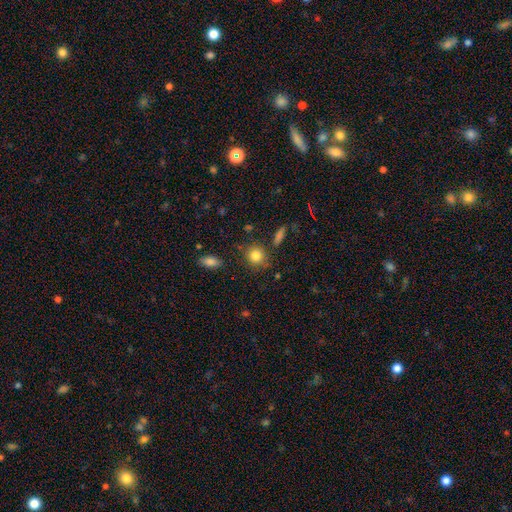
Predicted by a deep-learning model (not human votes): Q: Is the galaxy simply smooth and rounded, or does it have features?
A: smooth — 83%.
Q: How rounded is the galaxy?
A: round — 83%.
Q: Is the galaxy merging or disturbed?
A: none — 81%.